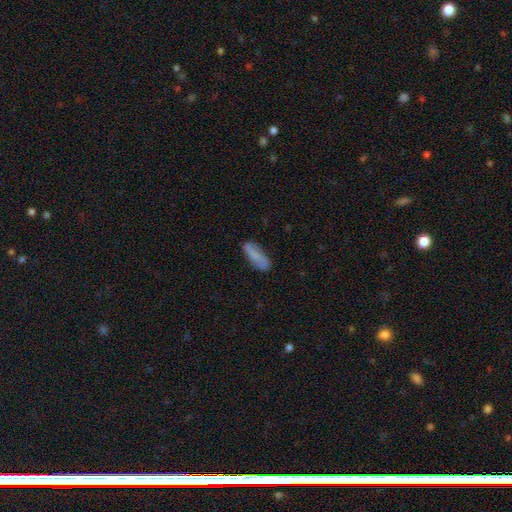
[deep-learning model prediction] Morphology: type=smooth (73%); roundness=in between (54%); merging=none (79%).